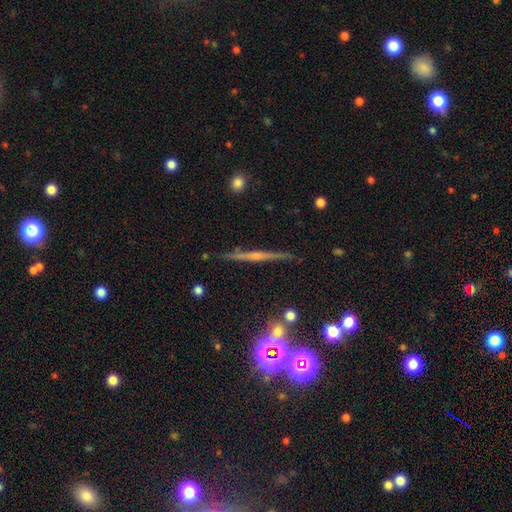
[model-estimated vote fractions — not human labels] A featured or disk galaxy (64%) viewed edge-on (96%) with a rounded central bulge (48%). Merging: none (87%).